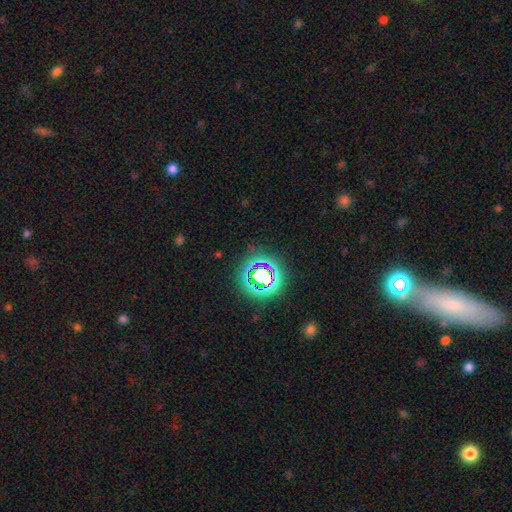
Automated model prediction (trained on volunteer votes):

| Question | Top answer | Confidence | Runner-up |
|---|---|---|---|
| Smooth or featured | star or artifact | 62% | smooth (26%) |